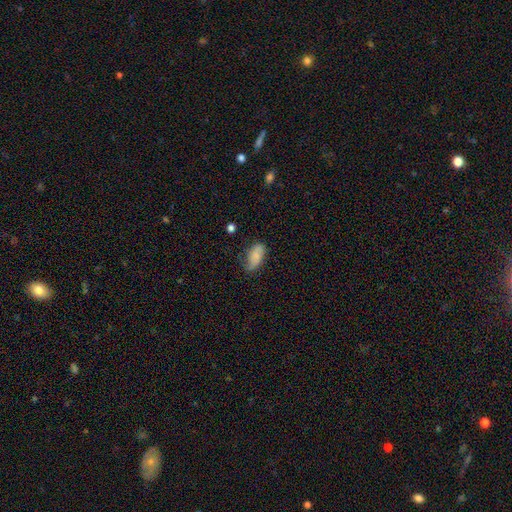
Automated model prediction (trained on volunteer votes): A smooth galaxy with no disk features (75%) that is in between round and cigar-shaped (90%).

Vote fractions:
- Smooth or featured? smooth: 75% / featured or disk: 17% / star or artifact: 8%
- How rounded? in between: 90% / cigar-shaped: 7% / round: 3%
- Merging? none: 60% / minor disturbance: 30% / major disturbance: 8% / merger: 2%